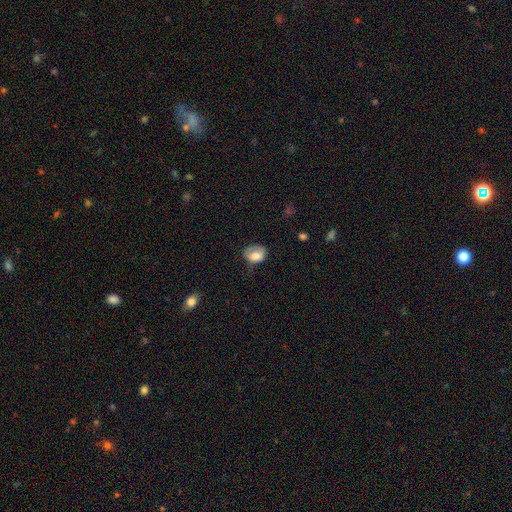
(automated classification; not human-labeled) Smooth or featured: smooth — 78% (featured or disk — 14%)
How rounded: in between — 61% (round — 38%)
Merging: none — 41% (minor disturbance — 37%)